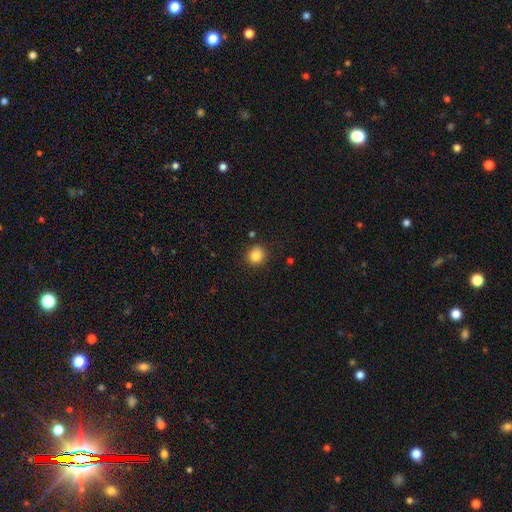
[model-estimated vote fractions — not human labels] Smooth or featured: smooth — 85% (star or artifact — 10%)
How rounded: round — 88% (in between — 11%)
Merging: none — 85% (minor disturbance — 10%)